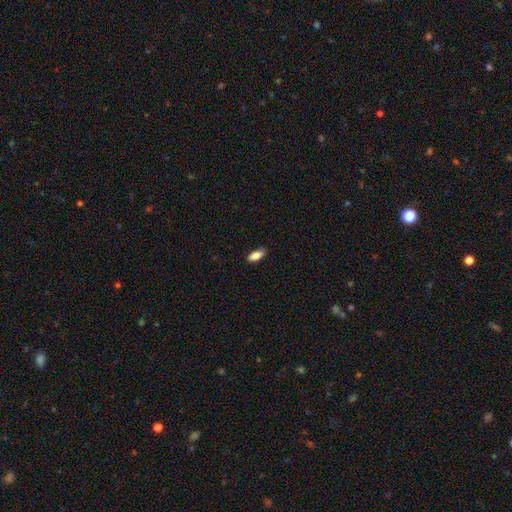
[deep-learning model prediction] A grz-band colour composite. It shows a smooth galaxy with no disk features (82%) that is in between round and cigar-shaped (83%). Merging: none (83%).